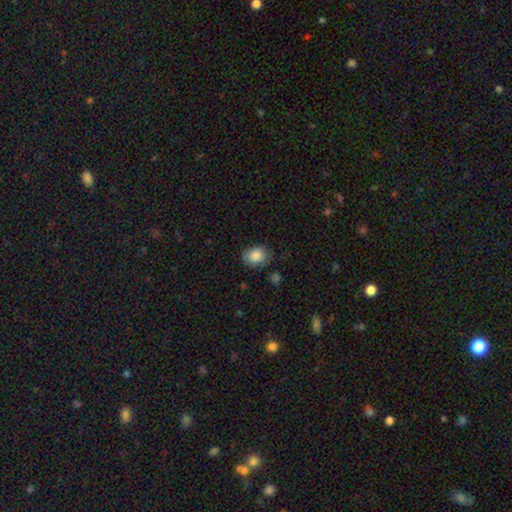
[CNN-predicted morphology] The model was most divided on "how rounded": in between: 53%, round: 46%, cigar-shaped: 1%. More confident: smooth or featured — smooth (86%); merging — none (76%).